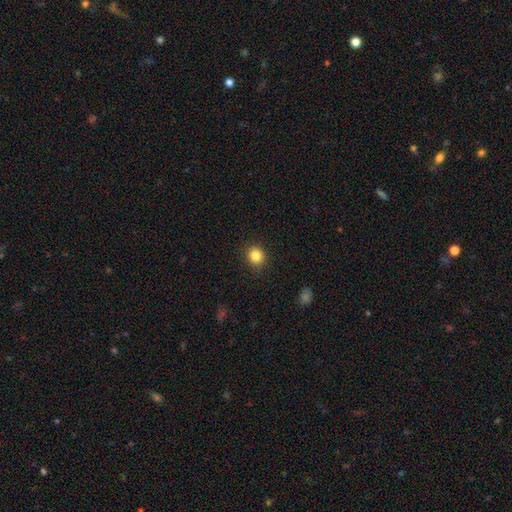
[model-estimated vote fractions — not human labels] Q: Smooth or featured?
A: smooth (84%); runner-up: star or artifact (11%)
Q: How rounded?
A: round (83%); runner-up: in between (16%)
Q: Merging?
A: none (89%); runner-up: minor disturbance (8%)